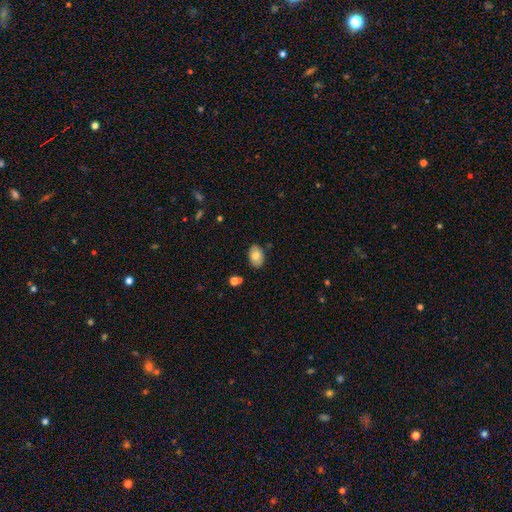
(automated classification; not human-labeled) A smooth galaxy with no disk features (75%) that is in between round and cigar-shaped (86%).

Vote fractions:
- Smooth or featured? smooth: 75% / featured or disk: 18% / star or artifact: 8%
- How rounded? in between: 86% / round: 13% / cigar-shaped: 1%
- Merging? none: 83% / minor disturbance: 12% / merger: 3% / major disturbance: 2%